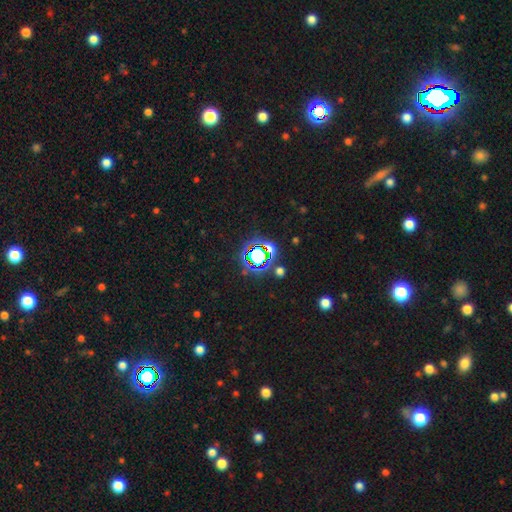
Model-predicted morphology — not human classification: Overall: star or artifact (66%).